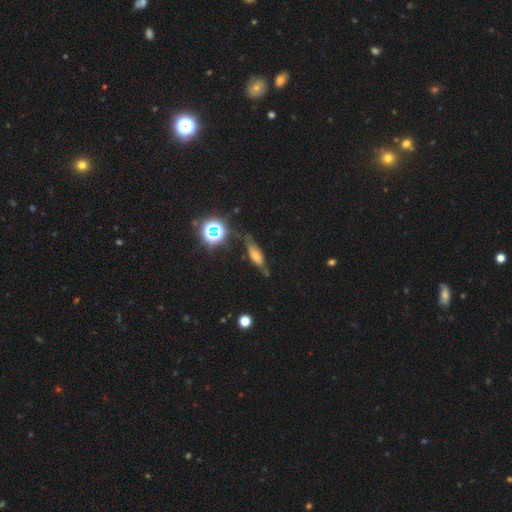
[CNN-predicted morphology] This is marginally a smooth galaxy (41%). Merging: likely none (63%).